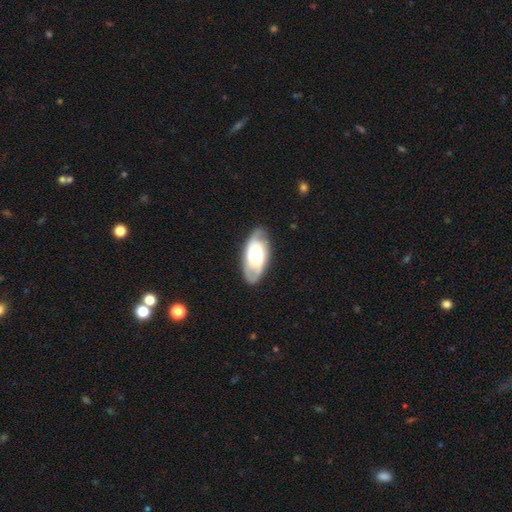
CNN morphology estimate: Overall: featured or disk (59%; smooth 35%). Edge-on disk: no (91%). Bar: no (67%). Spiral arms: yes (78%). Bulge size: moderate (42%; small 28%). Merging: none (75%).